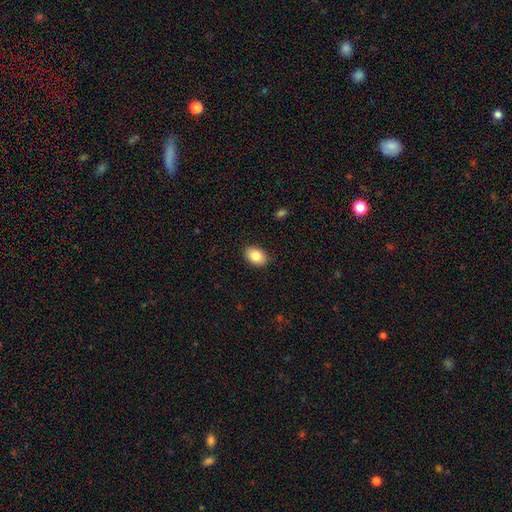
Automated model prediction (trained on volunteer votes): Smooth or featured? Predicted: smooth (p=0.86). How rounded? Predicted: in between (p=0.84). Merging? Predicted: none (p=0.88).